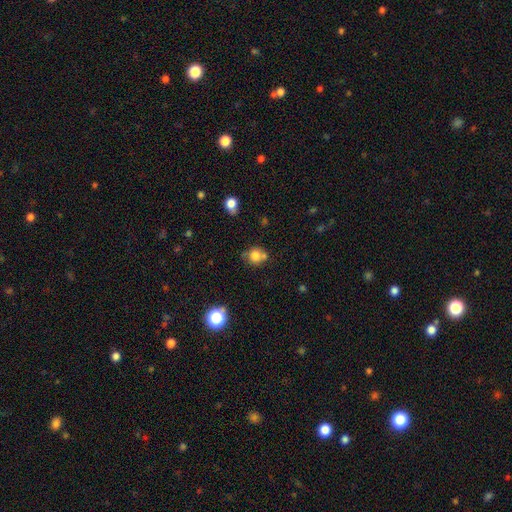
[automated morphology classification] smooth-or-featured: smooth: 76% | star or artifact: 12% | featured or disk: 12%
  how-rounded: round: 74% | in between: 25% | cigar-shaped: 1%
  merging: none: 52% | merger: 23% | minor disturbance: 19% | major disturbance: 6%